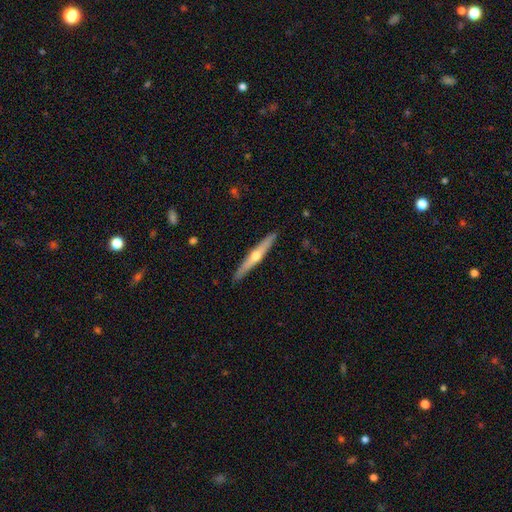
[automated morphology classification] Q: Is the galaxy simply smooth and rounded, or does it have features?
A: featured or disk — 66%.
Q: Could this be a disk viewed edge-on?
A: yes — 97%.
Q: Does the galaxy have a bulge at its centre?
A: rounded — 89%.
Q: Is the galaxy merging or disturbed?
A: none — 91%.